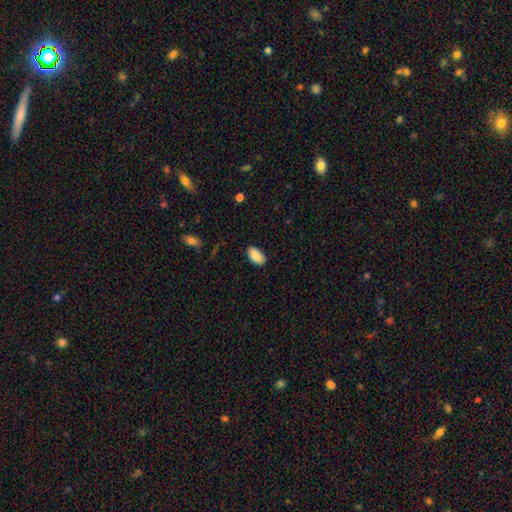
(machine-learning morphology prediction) The model was most divided on "merging": none: 88%, minor disturbance: 9%, major disturbance: 2%, merger: 1%. More confident: how rounded — in between (95%); smooth or featured — smooth (89%).